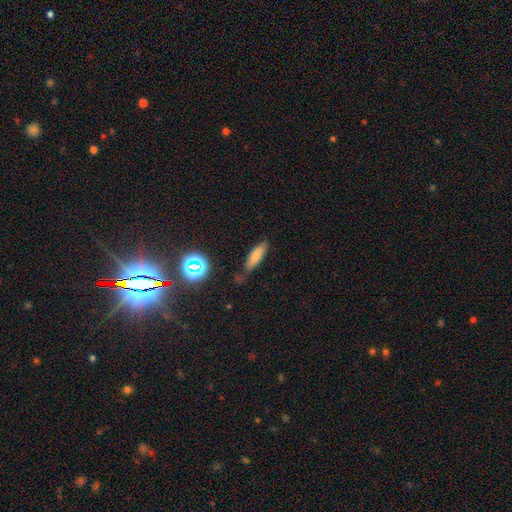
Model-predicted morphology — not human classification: smooth_or_featured: smooth (p=0.75) [alt: featured or disk p=0.13]
how_rounded: cigar-shaped (p=0.54) [alt: in between p=0.43]
merging: none (p=0.72) [alt: minor disturbance p=0.20]